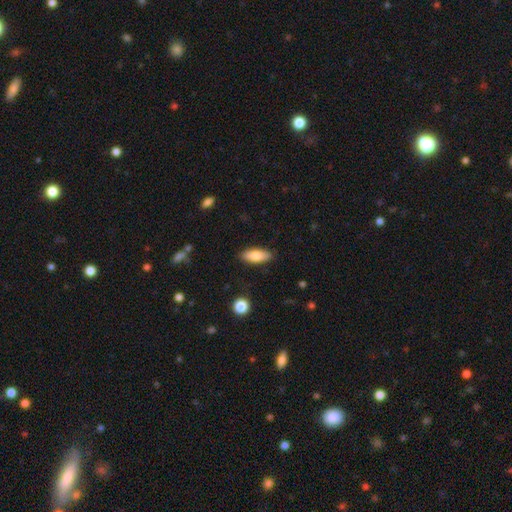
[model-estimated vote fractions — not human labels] Smooth or featured? smooth (79%)
How rounded? in between (76%)
Merging? none (87%)